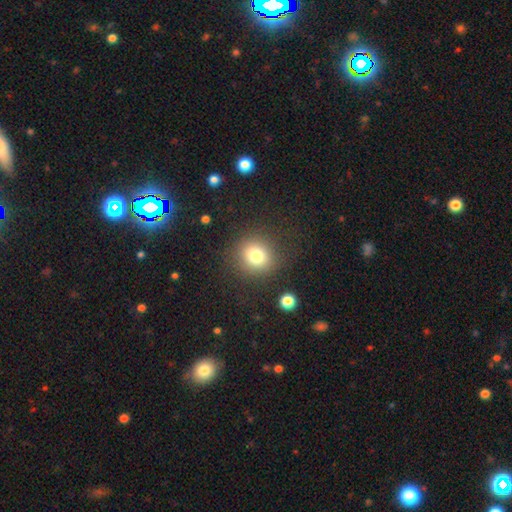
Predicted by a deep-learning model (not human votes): This appears to be a smooth galaxy with no disk features (77%) that is round (87%). Merging: none (84%).